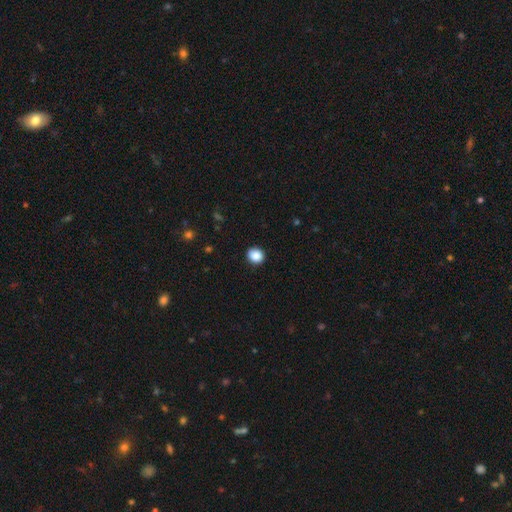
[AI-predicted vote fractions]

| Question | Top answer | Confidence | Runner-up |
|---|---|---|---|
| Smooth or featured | smooth | 88% | star or artifact (9%) |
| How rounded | round | 75% | in between (24%) |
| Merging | none | 89% | minor disturbance (8%) |